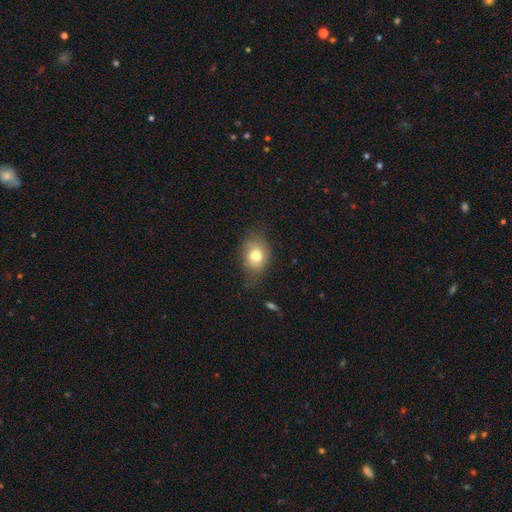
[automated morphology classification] Smooth or featured?
  - smooth: 77% *
  - featured or disk: 13%
  - star or artifact: 9%
How rounded?
  - in between: 62% *
  - round: 37%
  - cigar-shaped: 1%
Merging?
  - none: 63% *
  - minor disturbance: 27%
  - major disturbance: 8%
  - merger: 2%